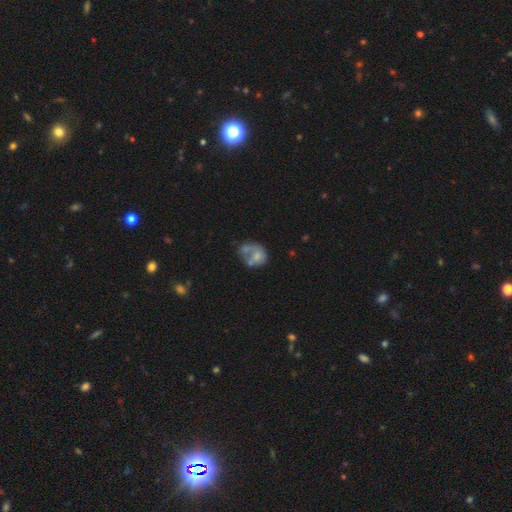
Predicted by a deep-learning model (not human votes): Morphology: type=smooth (51%); roundness=in between (50%); merging=merger (27%, tied with major disturbance and none).